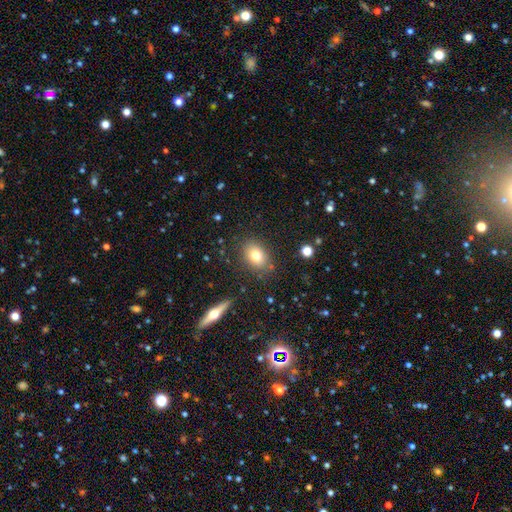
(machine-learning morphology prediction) A smooth galaxy with no disk features (75%) that is in between round and cigar-shaped (68%). Merging: none (83%).